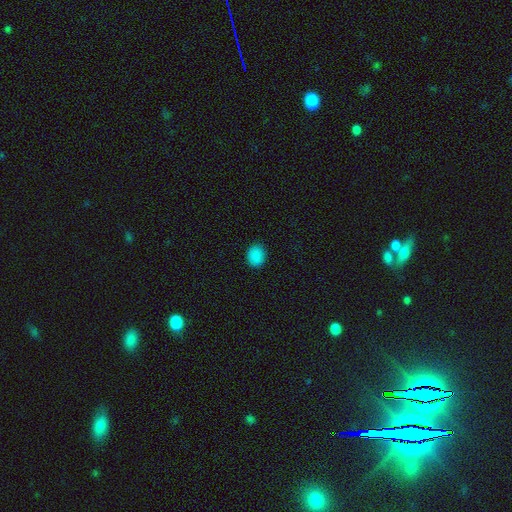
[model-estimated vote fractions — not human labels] Smooth or featured? smooth (86%)
How rounded? round (51%)
Merging? none (88%)